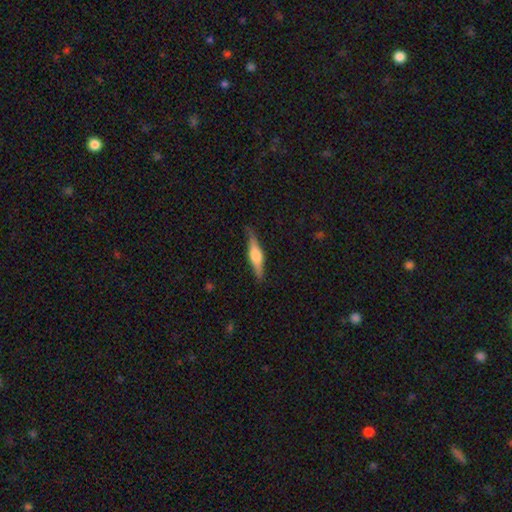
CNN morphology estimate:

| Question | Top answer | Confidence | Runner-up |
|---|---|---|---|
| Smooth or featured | featured or disk | 53% | smooth (41%) |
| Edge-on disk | yes | 95% | no (5%) |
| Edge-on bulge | rounded | 83% | boxy (13%) |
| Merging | none | 82% | minor disturbance (14%) |